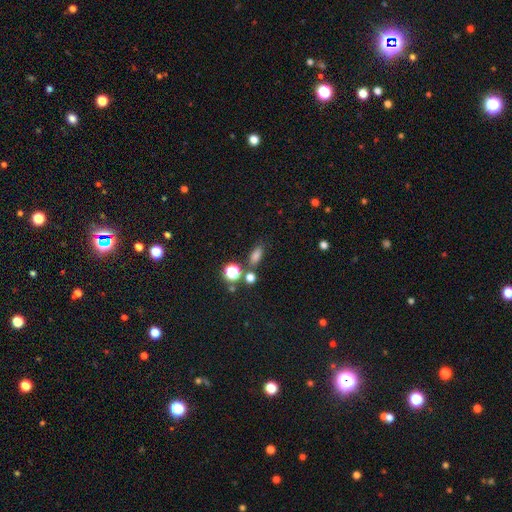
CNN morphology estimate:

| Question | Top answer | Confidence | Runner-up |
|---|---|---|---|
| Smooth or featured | smooth | 74% | star or artifact (18%) |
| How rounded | in between | 69% | round (16%) |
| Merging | none | 72% | minor disturbance (12%) |